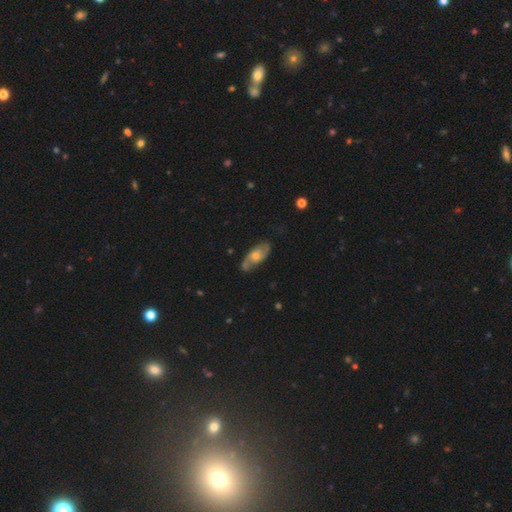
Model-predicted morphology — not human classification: smooth-or-featured: featured or disk: 71% | smooth: 23% | star or artifact: 6%
  disk-edge-on: no: 91% | yes: 9%
    bar: no: 70% | weak: 26% | strong: 4%
    has-spiral-arms: yes: 88% | no: 12%
      spiral-winding: medium: 46% | tight: 30% | loose: 25%
      spiral-arm-count: 2: 81% | can't tell: 12% | 1: 3% | 3: 2% | 4: 1% | more than 4: 1%
    bulge-size: moderate: 56% | small: 36% | large: 4% | none: 3% | dominant: 1%
  merging: none: 75% | minor disturbance: 18% | major disturbance: 5% | merger: 2%